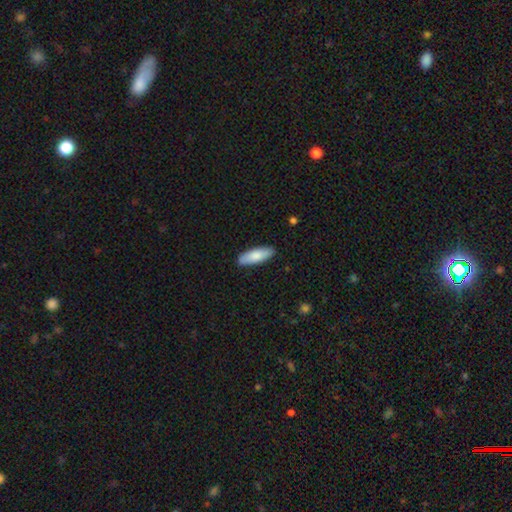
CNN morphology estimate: Overall: smooth (82%). How rounded: in between (61%; cigar-shaped 37%). Merging: none (89%).